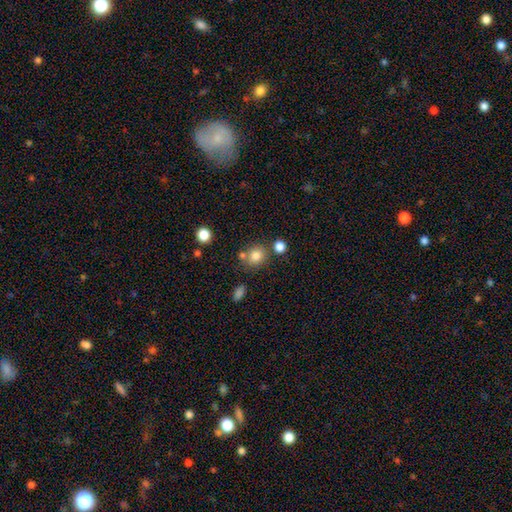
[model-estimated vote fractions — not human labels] Smooth or featured? smooth (81%)
How rounded? round (77%)
Merging? none (69%)